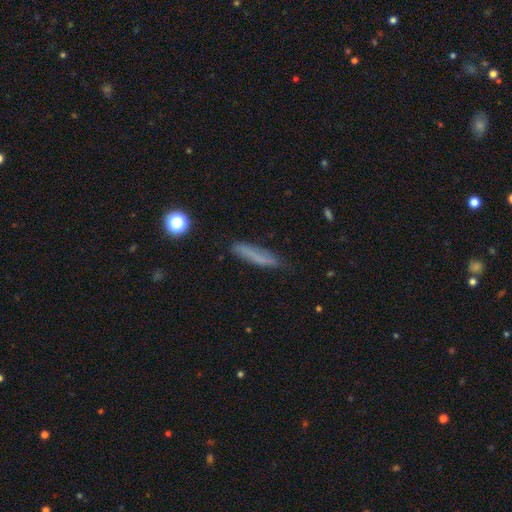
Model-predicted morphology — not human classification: This is likely a smooth galaxy (68%). How rounded: clearly cigar-shaped (87%). Merging: likely none (78%).